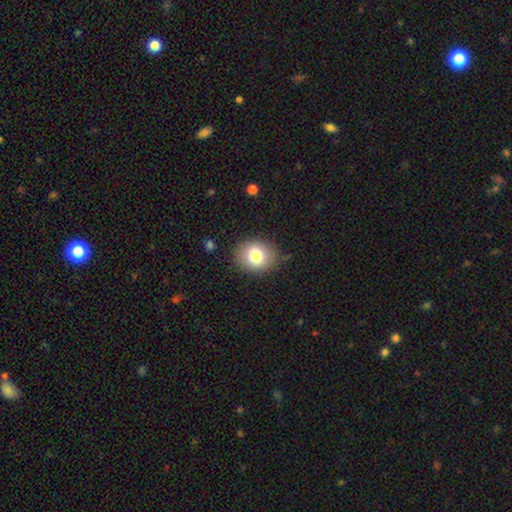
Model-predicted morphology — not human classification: Smooth or featured? Predicted: smooth (p=0.79). How rounded? Predicted: round (p=0.61). Merging? Predicted: none (p=0.81).